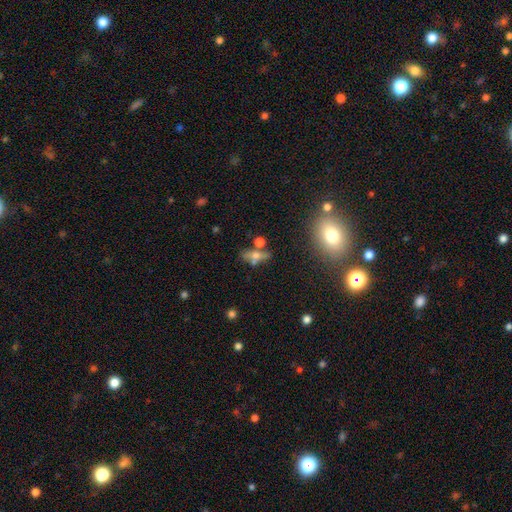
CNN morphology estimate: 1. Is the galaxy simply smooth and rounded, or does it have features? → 46% smooth, 38% featured or disk, 16% star or artifact.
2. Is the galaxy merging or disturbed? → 51% none, 23% merger, 16% minor disturbance, 10% major disturbance.